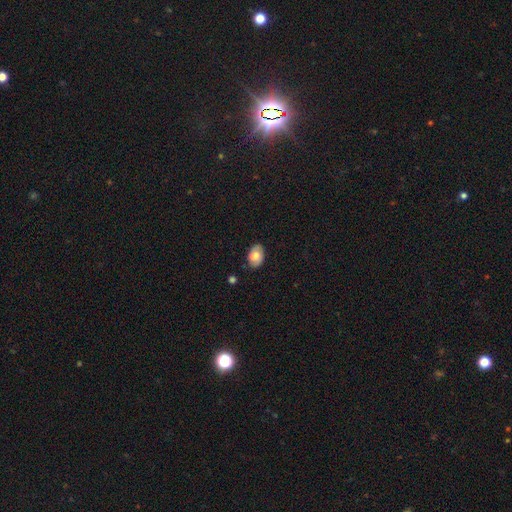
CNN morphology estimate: The model was most divided on "smooth or featured": smooth: 67%, featured or disk: 26%, star or artifact: 7%. More confident: how rounded — in between (86%); merging — none (82%).